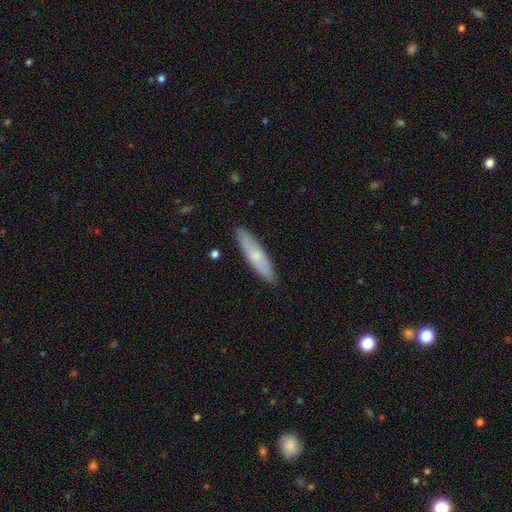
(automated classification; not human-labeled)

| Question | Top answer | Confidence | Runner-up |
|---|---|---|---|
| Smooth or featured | smooth | 63% | featured or disk (31%) |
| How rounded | cigar-shaped | 80% | in between (19%) |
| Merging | none | 88% | minor disturbance (9%) |